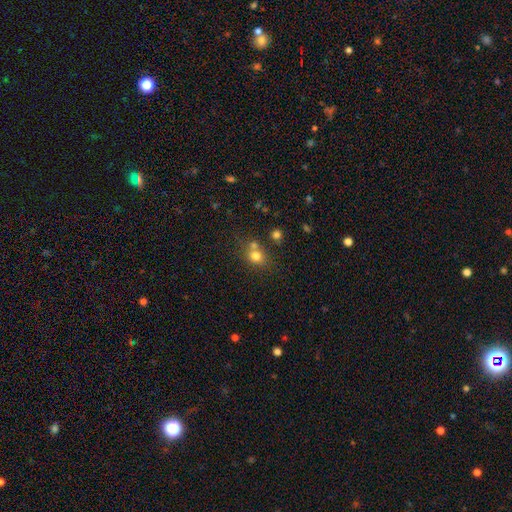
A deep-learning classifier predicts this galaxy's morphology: smooth-or-featured: smooth: 76% | star or artifact: 14% | featured or disk: 10%
  how-rounded: round: 68% | in between: 31% | cigar-shaped: 1%
  merging: none: 54% | merger: 32% | minor disturbance: 11% | major disturbance: 4%